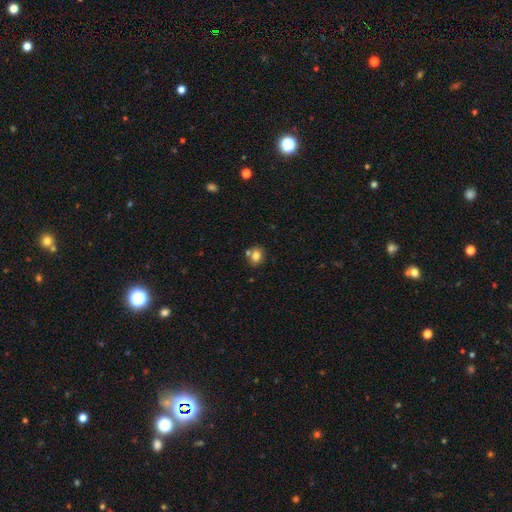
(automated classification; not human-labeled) Smooth or featured?
  - smooth: 80% *
  - star or artifact: 11%
  - featured or disk: 9%
How rounded?
  - round: 52% *
  - in between: 47%
  - cigar-shaped: 1%
Merging?
  - none: 67% *
  - merger: 17%
  - minor disturbance: 13%
  - major disturbance: 3%